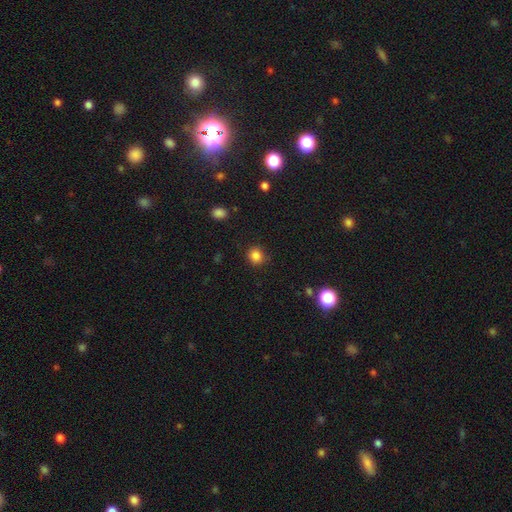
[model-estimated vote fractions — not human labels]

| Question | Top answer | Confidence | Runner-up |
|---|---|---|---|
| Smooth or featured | smooth | 84% | star or artifact (12%) |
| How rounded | round | 86% | in between (13%) |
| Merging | none | 87% | minor disturbance (9%) |